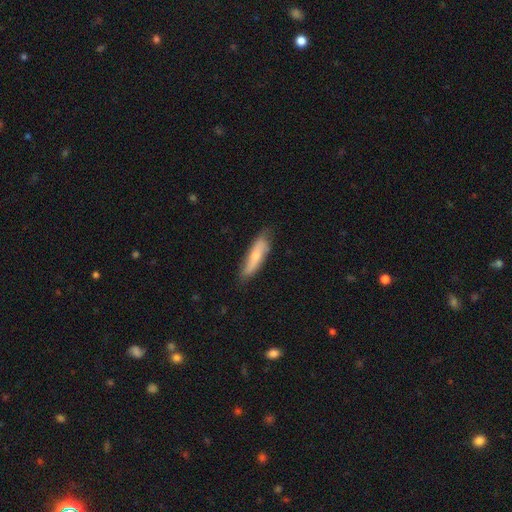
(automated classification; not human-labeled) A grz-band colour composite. It shows a smooth galaxy with no disk features (62%) that is cigar-shaped (72%). Merging: none (74%).